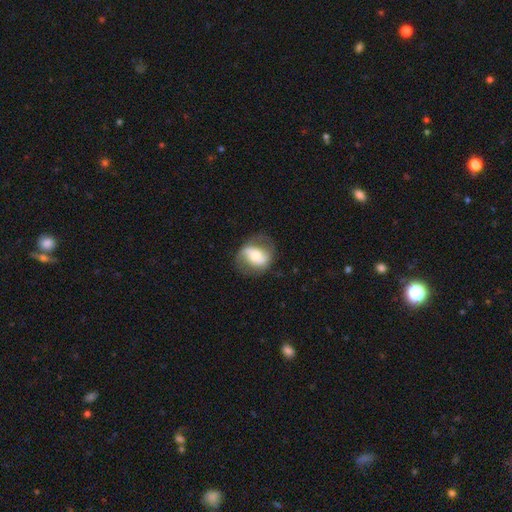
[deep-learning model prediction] This appears to be a featured or disk galaxy (61%) with a strong bar (35%), spiral arms (79%) and a moderate central bulge (52%). Merging: none (66%).